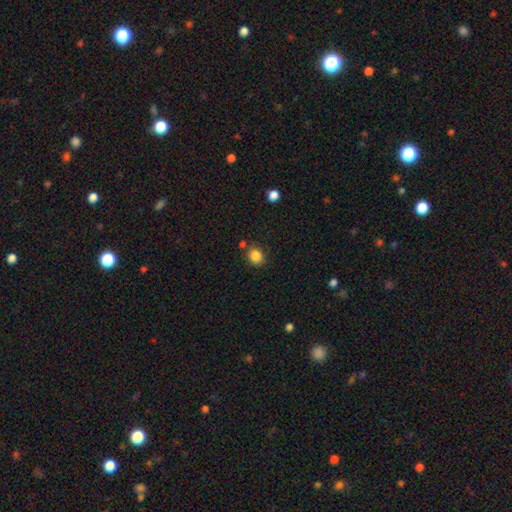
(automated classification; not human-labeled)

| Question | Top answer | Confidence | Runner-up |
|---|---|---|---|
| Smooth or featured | smooth | 85% | star or artifact (11%) |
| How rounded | round | 67% | in between (32%) |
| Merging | none | 78% | minor disturbance (12%) |